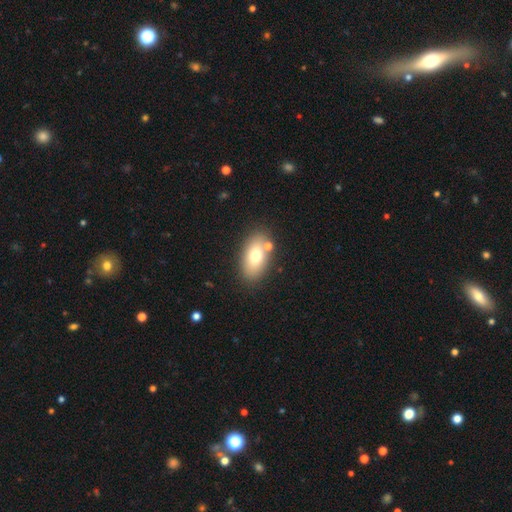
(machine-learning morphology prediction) This appears to be a smooth galaxy with no disk features (72%) that is in between round and cigar-shaped (90%). Merging: none (77%).